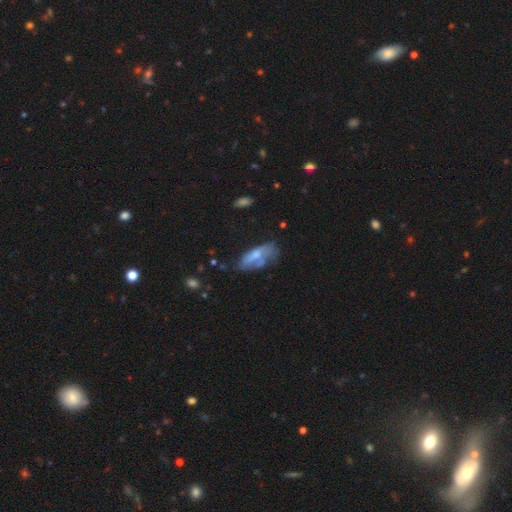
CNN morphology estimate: Overall: smooth (55%; featured or disk 38%). How rounded: in between (73%). Merging: none (38%; minor disturbance 29%).